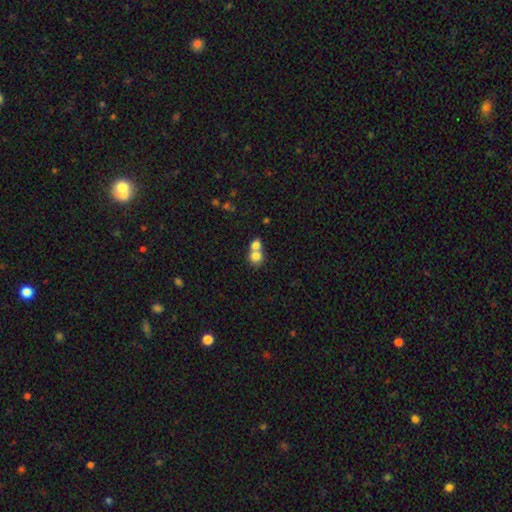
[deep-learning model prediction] Q: Smooth or featured?
A: smooth (77%); runner-up: featured or disk (13%)
Q: How rounded?
A: round (73%); runner-up: in between (26%)
Q: Merging?
A: merger (65%); runner-up: none (27%)